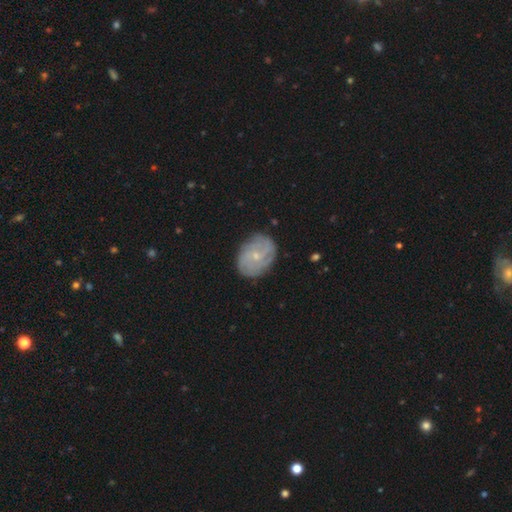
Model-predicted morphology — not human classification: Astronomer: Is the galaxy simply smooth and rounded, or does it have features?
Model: featured or disk — 64%.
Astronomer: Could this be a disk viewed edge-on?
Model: no — 97%.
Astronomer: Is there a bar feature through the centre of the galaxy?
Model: no — 72%.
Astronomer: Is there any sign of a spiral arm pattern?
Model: yes — 84%.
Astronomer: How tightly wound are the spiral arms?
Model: tight — 51% (runner-up: medium, 33%).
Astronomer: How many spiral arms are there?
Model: can't tell — 42% (runner-up: 2, 19%).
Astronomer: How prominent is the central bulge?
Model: small — 75%.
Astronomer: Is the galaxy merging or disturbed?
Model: none — 78%.